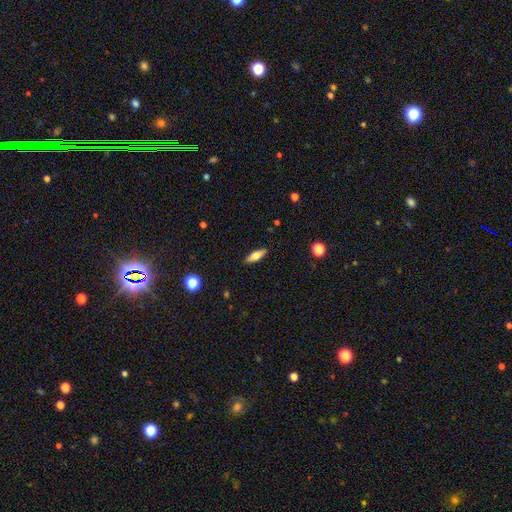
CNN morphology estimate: Q: Smooth or featured?
A: smooth (60%); runner-up: featured or disk (33%)
Q: How rounded?
A: in between (57%); runner-up: cigar-shaped (40%)
Q: Merging?
A: none (89%); runner-up: minor disturbance (8%)